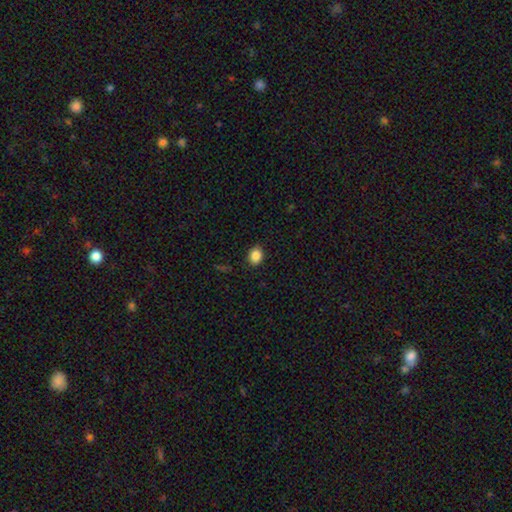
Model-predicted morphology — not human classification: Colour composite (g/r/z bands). It shows a smooth galaxy with no disk features (87%) that is round (50%). Merging: none (88%).